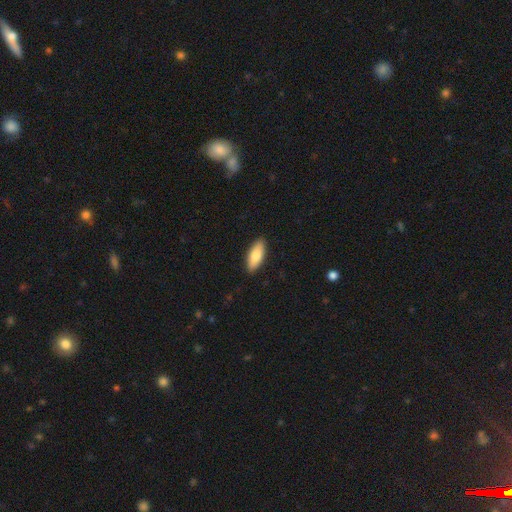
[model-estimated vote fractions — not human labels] A smooth galaxy with no disk features (83%) that is in between round and cigar-shaped (77%).

Vote fractions:
- Smooth or featured? smooth: 83% / featured or disk: 11% / star or artifact: 5%
- How rounded? in between: 77% / cigar-shaped: 21% / round: 2%
- Merging? none: 89% / minor disturbance: 8% / major disturbance: 2% / merger: 1%